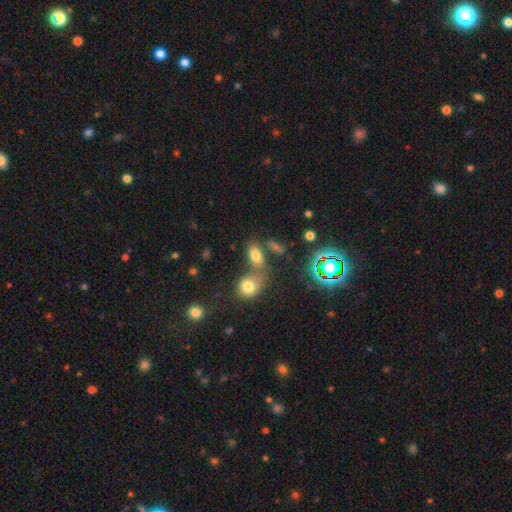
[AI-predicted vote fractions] A smooth galaxy with no disk features (70%) that is in between round and cigar-shaped (82%).

Vote fractions:
- Smooth or featured? smooth: 70% / star or artifact: 18% / featured or disk: 12%
- How rounded? in between: 82% / round: 13% / cigar-shaped: 5%
- Merging? none: 43% / merger: 40% / minor disturbance: 11% / major disturbance: 6%